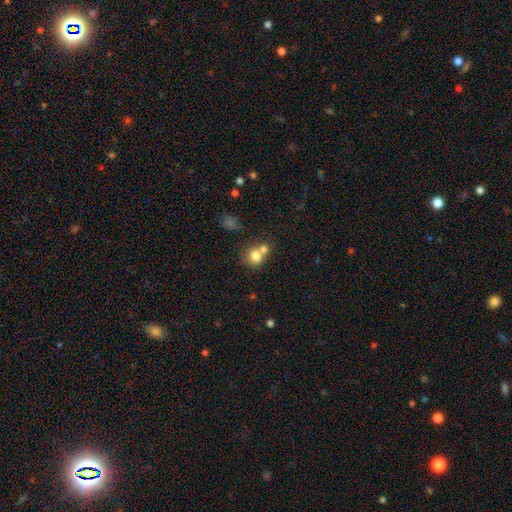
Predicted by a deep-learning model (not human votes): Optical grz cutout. It shows a smooth galaxy with no disk features (78%) that is round (80%). Merging: merger (49%).